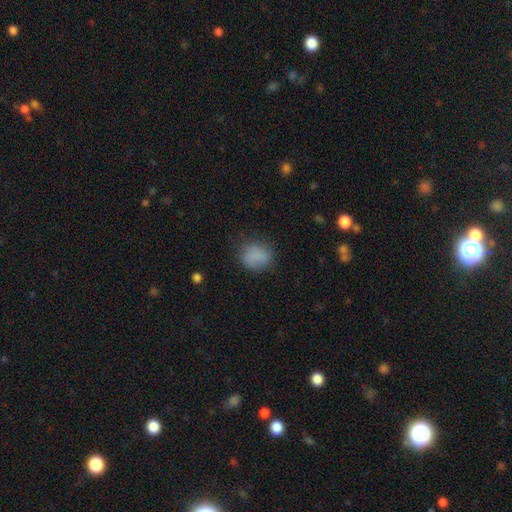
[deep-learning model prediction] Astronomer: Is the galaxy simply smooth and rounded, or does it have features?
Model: smooth — 83%.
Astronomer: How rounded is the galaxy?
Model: round — 73%.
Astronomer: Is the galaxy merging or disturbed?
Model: none — 72%.